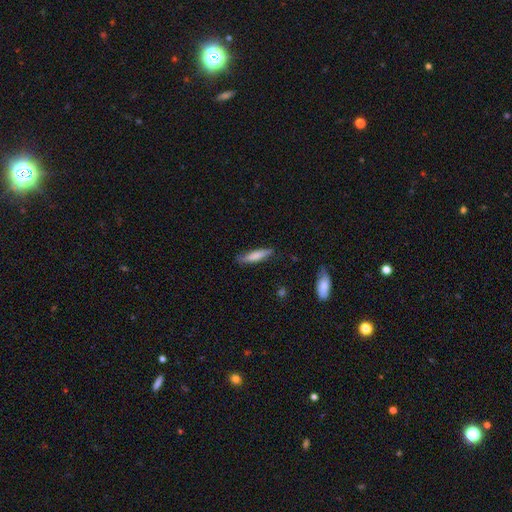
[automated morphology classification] This appears to be a smooth galaxy with no disk features (73%) that is cigar-shaped (80%). Merging: none (78%).